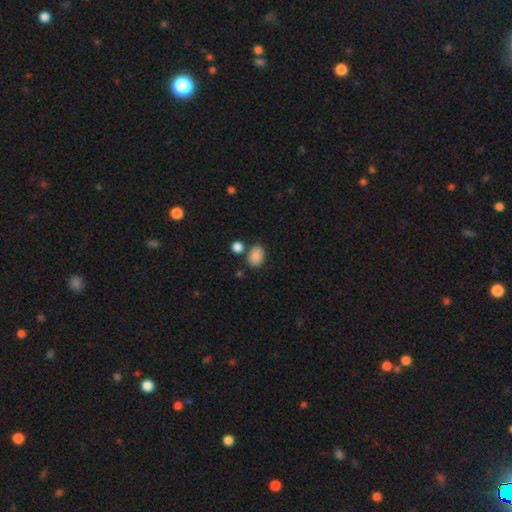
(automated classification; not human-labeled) Smooth or featured: smooth — 86% (star or artifact — 9%)
How rounded: in between — 67% (round — 32%)
Merging: none — 71% (merger — 13%)